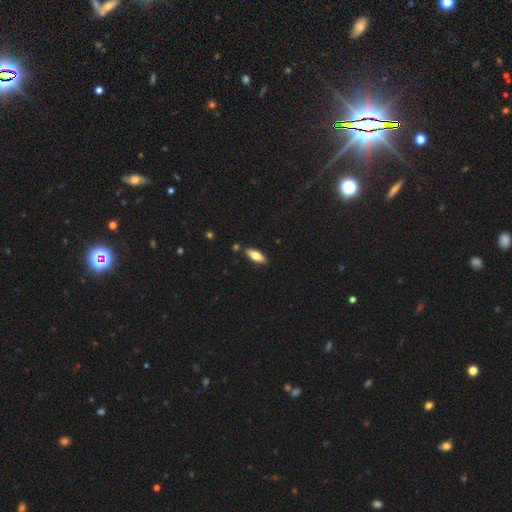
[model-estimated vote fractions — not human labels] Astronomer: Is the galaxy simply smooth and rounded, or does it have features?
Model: smooth — 70%.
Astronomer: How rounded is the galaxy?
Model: in between — 69%.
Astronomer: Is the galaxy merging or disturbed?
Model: none — 86%.